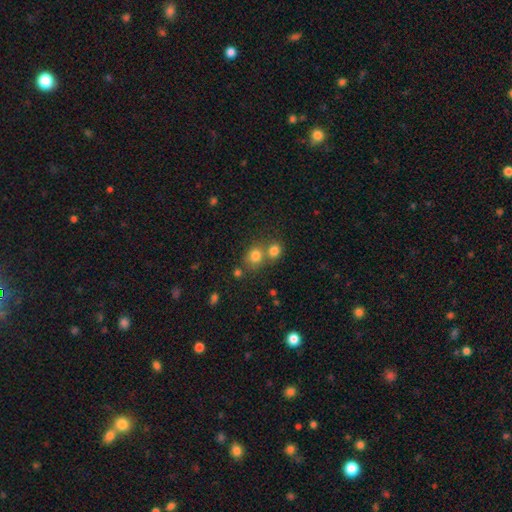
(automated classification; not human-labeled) Smooth or featured?
  - smooth: 78% *
  - star or artifact: 14%
  - featured or disk: 8%
How rounded?
  - round: 74% *
  - in between: 25%
  - cigar-shaped: 1%
Merging?
  - none: 49% *
  - merger: 40%
  - minor disturbance: 8%
  - major disturbance: 3%